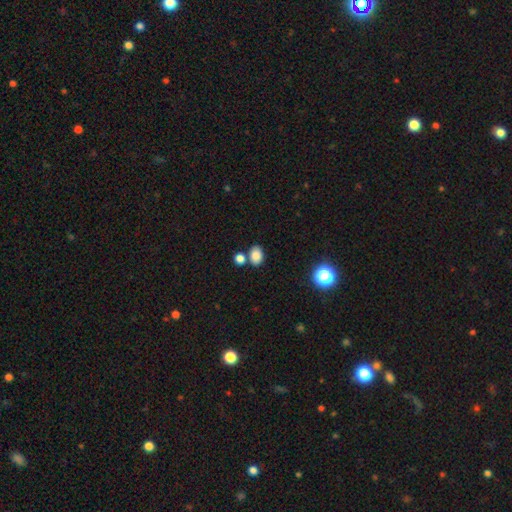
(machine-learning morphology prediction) smooth 83%, star or artifact 11%, featured or disk 6%. Down the decision tree: how rounded — in between (71%); merging — none (68%).